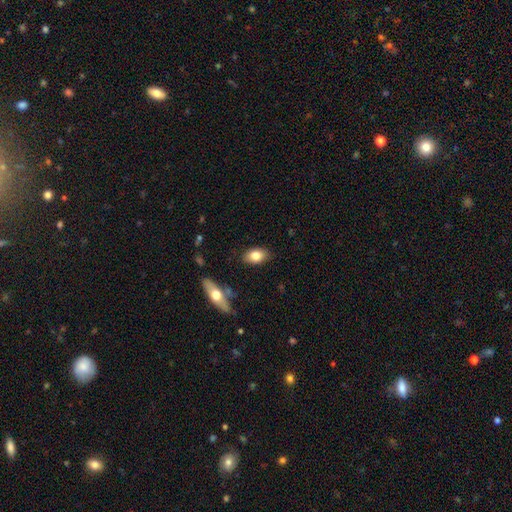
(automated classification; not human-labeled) Smooth or featured? Predicted: smooth (p=0.79). How rounded? Predicted: in between (p=0.88). Merging? Predicted: none (p=0.85).